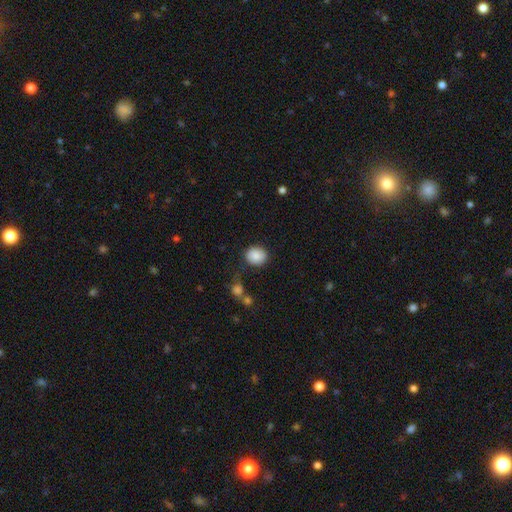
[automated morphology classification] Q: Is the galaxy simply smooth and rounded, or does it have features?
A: smooth — 87%.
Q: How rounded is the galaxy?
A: round — 77%.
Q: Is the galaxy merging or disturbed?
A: none — 82%.